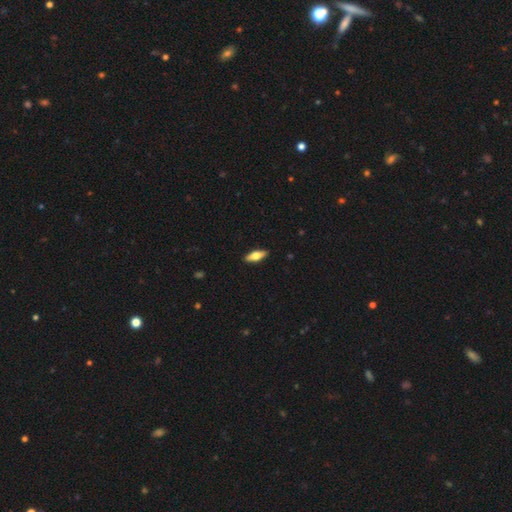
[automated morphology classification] Smooth or featured: smooth — 59% (featured or disk — 35%)
How rounded: in between — 64% (cigar-shaped — 33%)
Merging: none — 90% (minor disturbance — 7%)